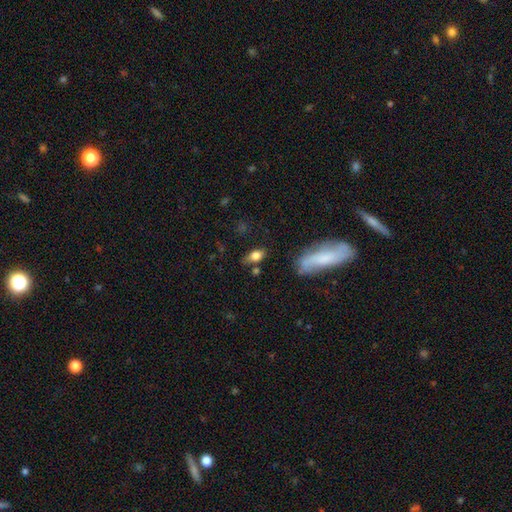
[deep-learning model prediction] smooth-or-featured: smooth: 76% | featured or disk: 15% | star or artifact: 9%
  how-rounded: in between: 81% | round: 11% | cigar-shaped: 8%
  merging: none: 65% | minor disturbance: 20% | merger: 8% | major disturbance: 7%